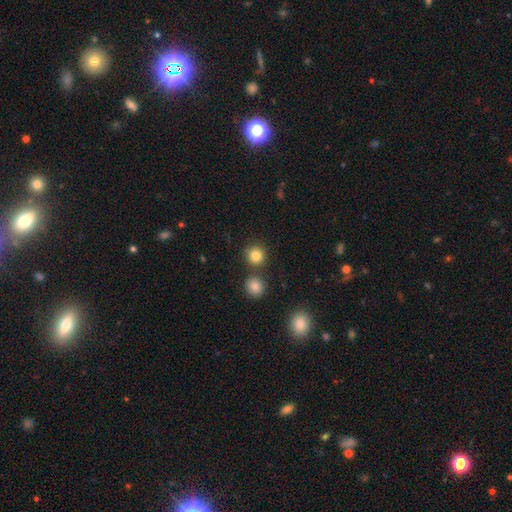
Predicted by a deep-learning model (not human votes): smooth_or_featured: smooth (p=0.83) [alt: star or artifact p=0.12]
how_rounded: round (p=0.91) [alt: in between p=0.08]
merging: none (p=0.78) [alt: merger p=0.11]